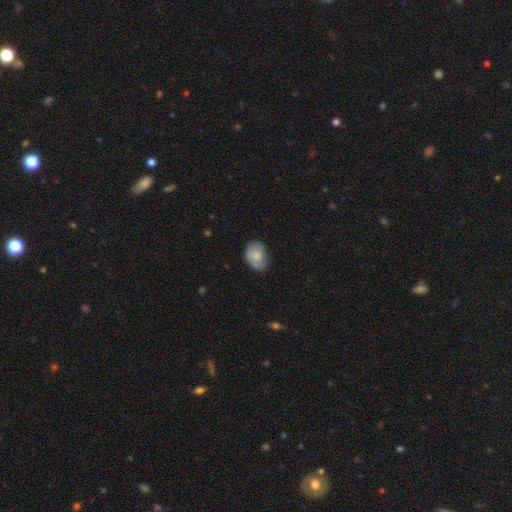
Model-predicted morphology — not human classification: type=smooth (67%); roundness=in between (78%); merging=none (64%).